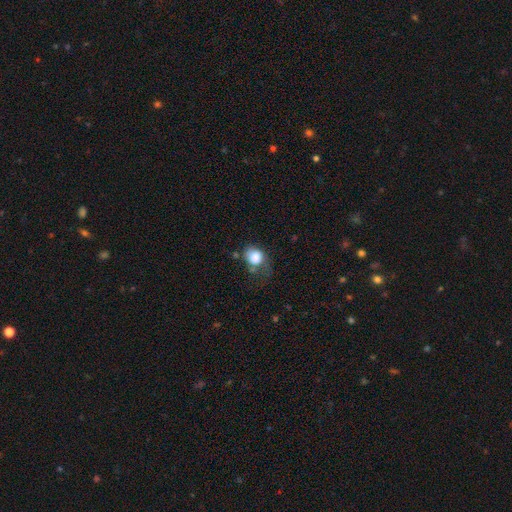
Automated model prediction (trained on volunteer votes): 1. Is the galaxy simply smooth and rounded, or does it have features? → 80% smooth, 11% featured or disk, 9% star or artifact.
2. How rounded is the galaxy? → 57% round, 42% in between, 1% cigar-shaped.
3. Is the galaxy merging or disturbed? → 34% none, 31% minor disturbance, 28% major disturbance, 7% merger.